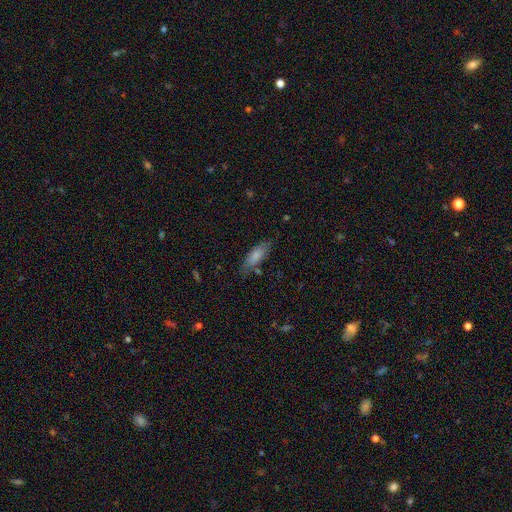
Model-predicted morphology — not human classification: Q: Smooth or featured?
A: smooth (77%); runner-up: featured or disk (17%)
Q: How rounded?
A: in between (66%); runner-up: cigar-shaped (32%)
Q: Merging?
A: none (68%); runner-up: minor disturbance (21%)